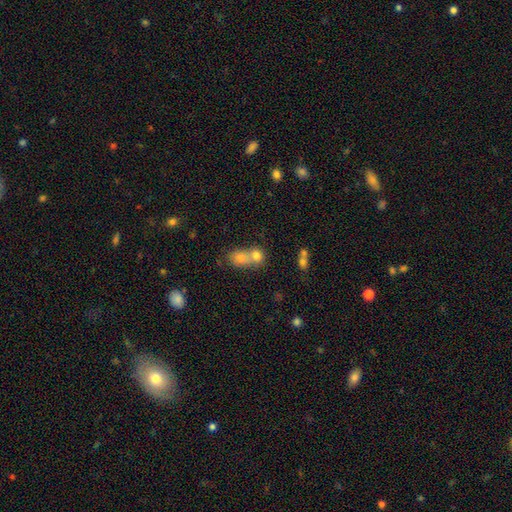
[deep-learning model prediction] Overall: smooth (73%). How rounded: round (63%; in between 35%). Merging: merger (69%).